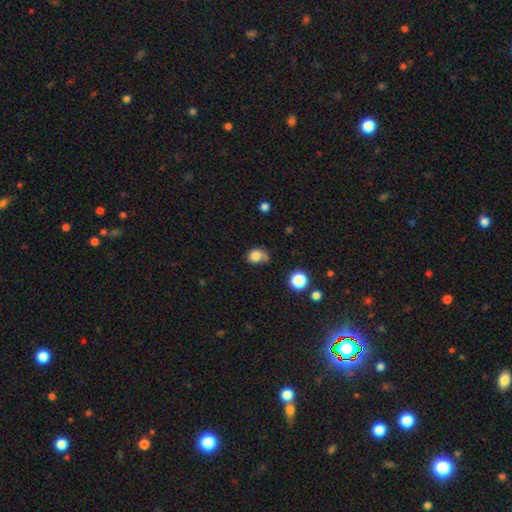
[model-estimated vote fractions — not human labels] The model was most divided on "merging": none: 44%, minor disturbance: 33%, major disturbance: 16%, merger: 7%. More confident: smooth or featured — smooth (80%); how rounded — round (56%).